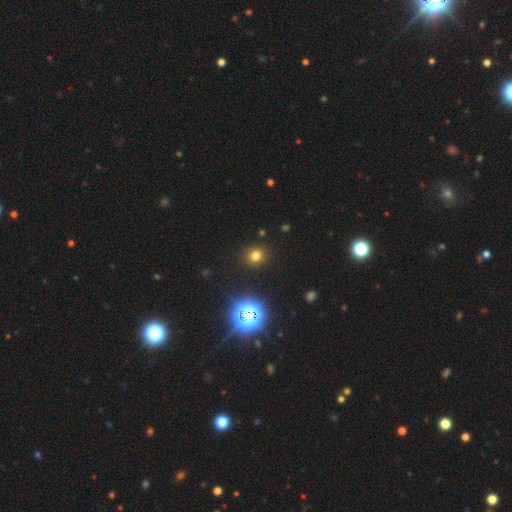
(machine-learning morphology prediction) This appears to be a smooth galaxy with no disk features (72%) that is round (87%). Merging: none (91%).